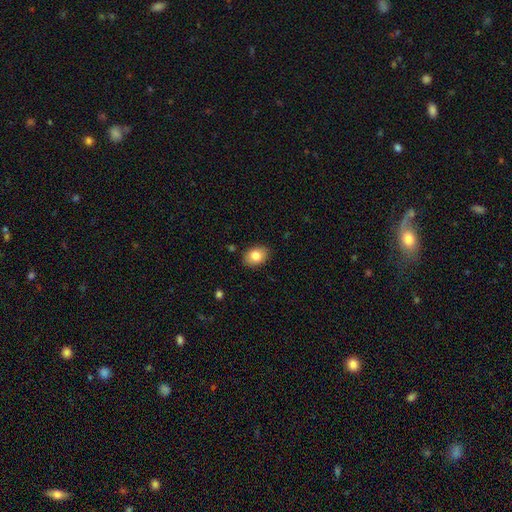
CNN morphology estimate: A smooth galaxy with no disk features (83%) that is in between round and cigar-shaped (76%).

Vote fractions:
- Smooth or featured? smooth: 83% / featured or disk: 9% / star or artifact: 8%
- How rounded? in between: 76% / round: 23% / cigar-shaped: 1%
- Merging? none: 87% / minor disturbance: 10% / major disturbance: 2% / merger: 1%